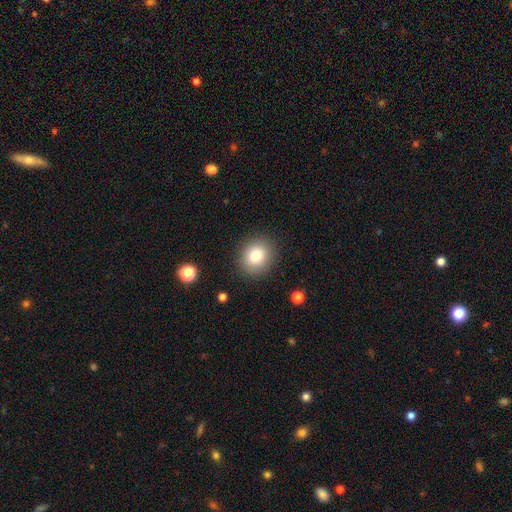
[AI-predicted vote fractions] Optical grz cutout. It shows a smooth galaxy with no disk features (82%) that is round (73%). Merging: none (89%).